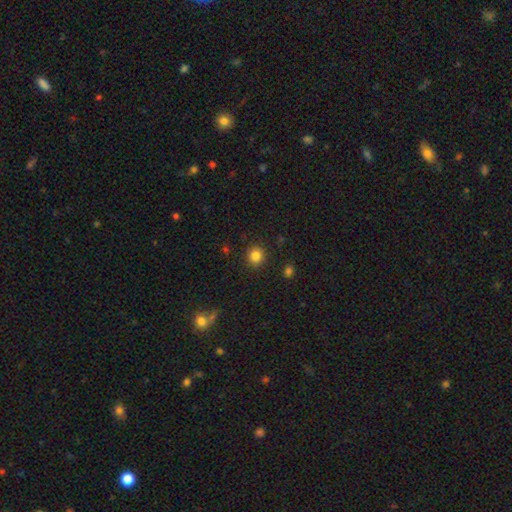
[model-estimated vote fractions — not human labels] smooth 84%, star or artifact 11%, featured or disk 4%. Down the decision tree: how rounded — round (88%); merging — none (90%).